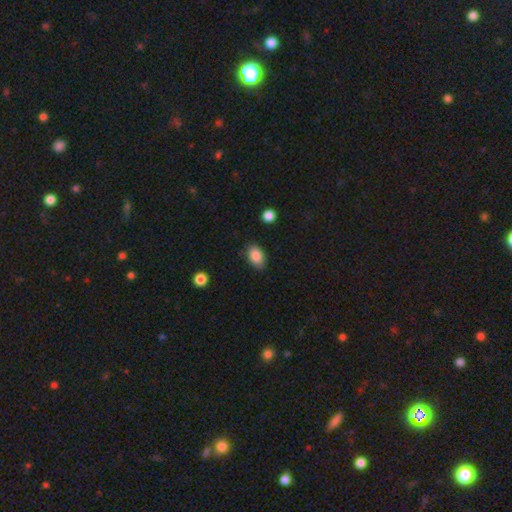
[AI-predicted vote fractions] A smooth galaxy with no disk features (87%) that is in between round and cigar-shaped (88%).

Vote fractions:
- Smooth or featured? smooth: 87% / star or artifact: 8% / featured or disk: 5%
- How rounded? in between: 88% / round: 10% / cigar-shaped: 1%
- Merging? none: 83% / minor disturbance: 12% / major disturbance: 3% / merger: 2%